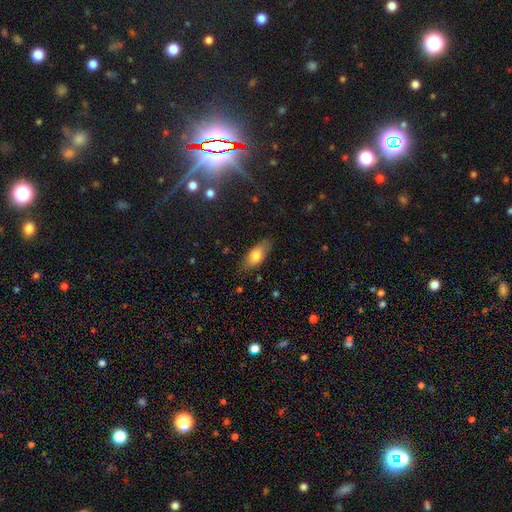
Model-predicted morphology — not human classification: The model was most divided on "smooth or featured": smooth: 75%, featured or disk: 18%, star or artifact: 7%. More confident: how rounded — in between (83%); merging — none (80%).